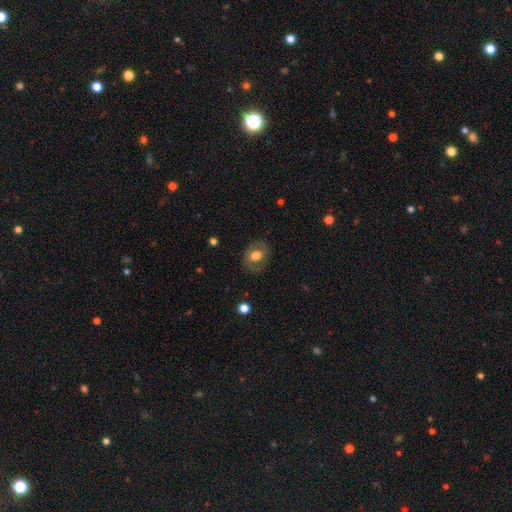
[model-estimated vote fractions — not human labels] The model was most divided on "how rounded": in between: 58%, round: 42%, cigar-shaped: 1%. More confident: merging — none (79%); smooth or featured — smooth (59%).